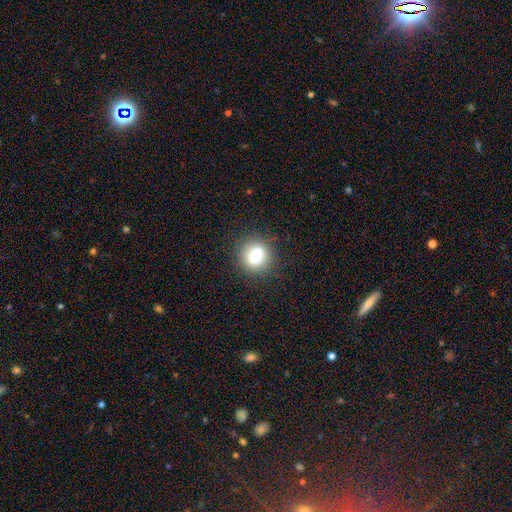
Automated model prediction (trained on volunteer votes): Smooth or featured? smooth (77%)
How rounded? round (77%)
Merging? none (87%)